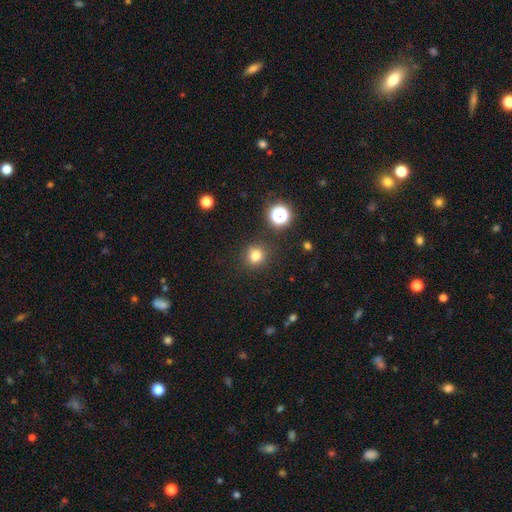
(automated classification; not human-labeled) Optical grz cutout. It shows a smooth galaxy with no disk features (78%) that is round (85%). Merging: none (86%).